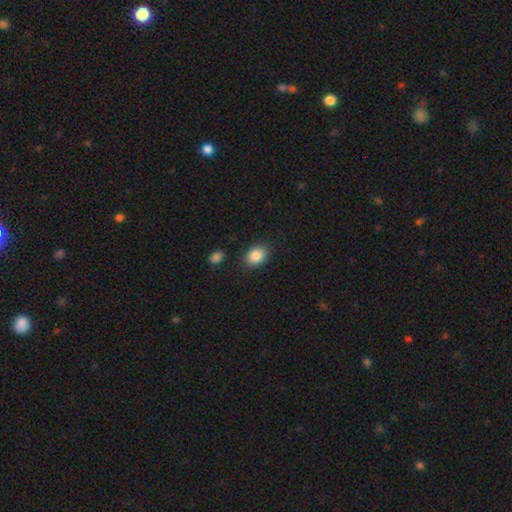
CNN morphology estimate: This is clearly a smooth galaxy (86%). How rounded: likely in between (68%). Merging: clearly none (85%).